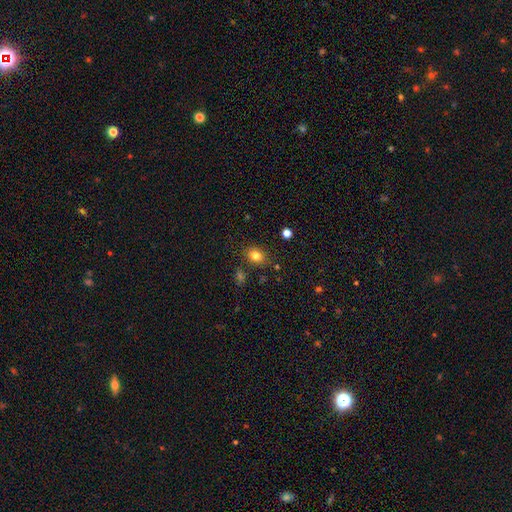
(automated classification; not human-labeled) smooth 80%, star or artifact 12%, featured or disk 8%. Down the decision tree: how rounded — in between (55%); merging — none (82%).